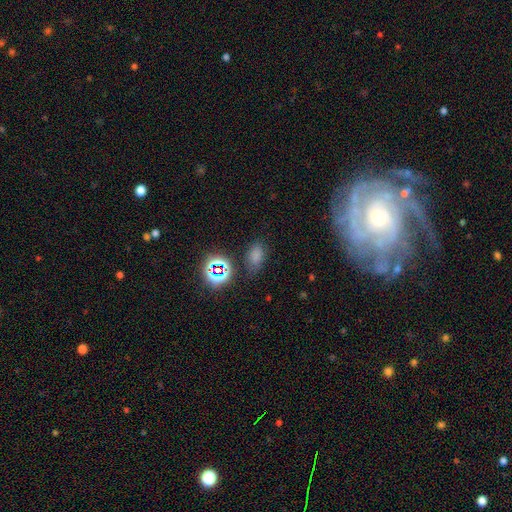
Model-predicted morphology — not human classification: smooth 69%, star or artifact 24%, featured or disk 6%. Down the decision tree: how rounded — in between (85%); merging — none (74%).